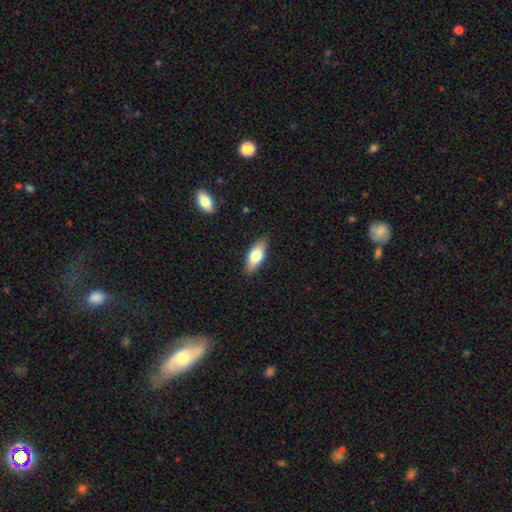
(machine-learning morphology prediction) A smooth galaxy with no disk features (68%) that is in between round and cigar-shaped (75%).

Vote fractions:
- Smooth or featured? smooth: 68% / featured or disk: 26% / star or artifact: 6%
- How rounded? in between: 75% / cigar-shaped: 22% / round: 3%
- Merging? none: 87% / minor disturbance: 10% / major disturbance: 2% / merger: 1%